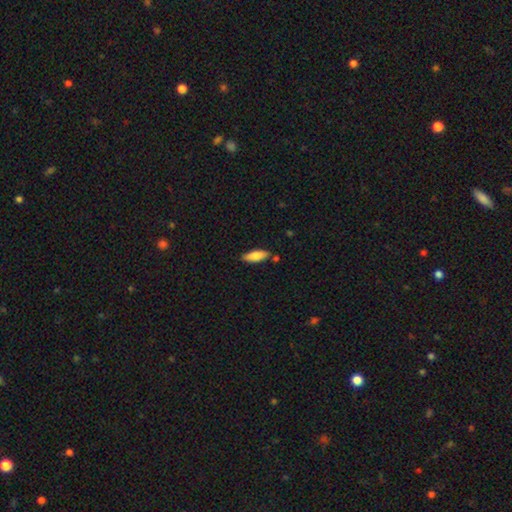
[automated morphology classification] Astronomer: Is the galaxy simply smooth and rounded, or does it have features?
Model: smooth — 82%.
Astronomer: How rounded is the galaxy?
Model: in between — 63%.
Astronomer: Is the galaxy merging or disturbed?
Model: none — 79%.